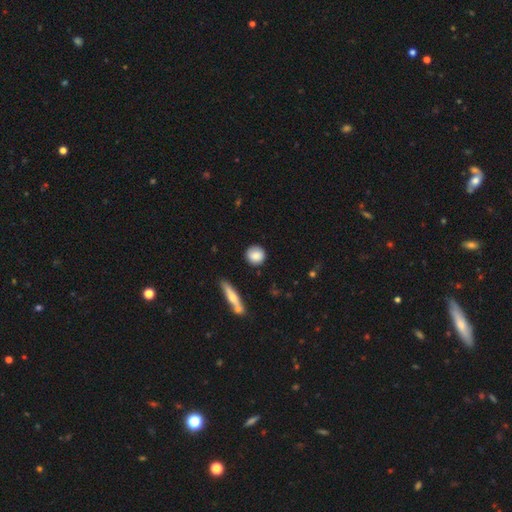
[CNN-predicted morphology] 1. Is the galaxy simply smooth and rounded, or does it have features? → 85% smooth, 9% featured or disk, 7% star or artifact.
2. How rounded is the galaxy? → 89% round, 9% in between, 2% cigar-shaped.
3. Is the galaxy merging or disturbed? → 87% none, 9% minor disturbance, 2% major disturbance, 2% merger.